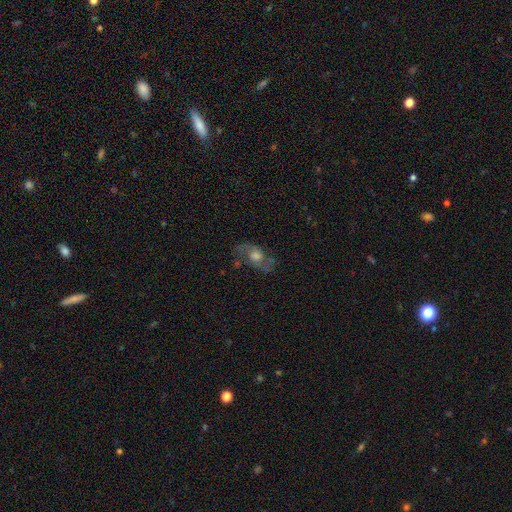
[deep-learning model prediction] smooth_or_featured: featured or disk (p=0.67) [alt: smooth p=0.22]
disk_edge_on: no (p=0.91) [alt: yes p=0.09]
bar: no (p=0.71) [alt: weak p=0.24]
has_spiral_arms: yes (p=0.81) [alt: no p=0.19]
bulge_size: moderate (p=0.52) [alt: large p=0.30]
merging: none (p=0.71) [alt: minor disturbance p=0.17]